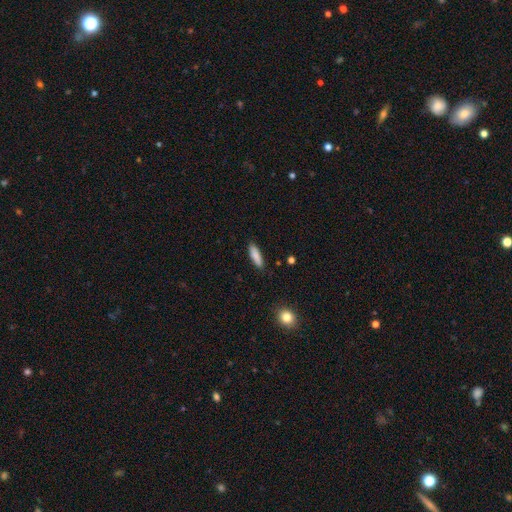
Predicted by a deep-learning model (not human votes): This appears to be a smooth galaxy with no disk features (86%) that is cigar-shaped (59%). Merging: none (86%).